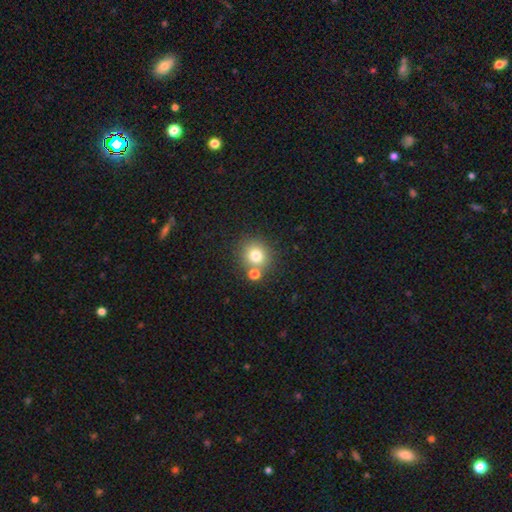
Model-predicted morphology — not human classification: This is likely a smooth galaxy (77%). How rounded: clearly round (87%). Merging: likely none (69%).